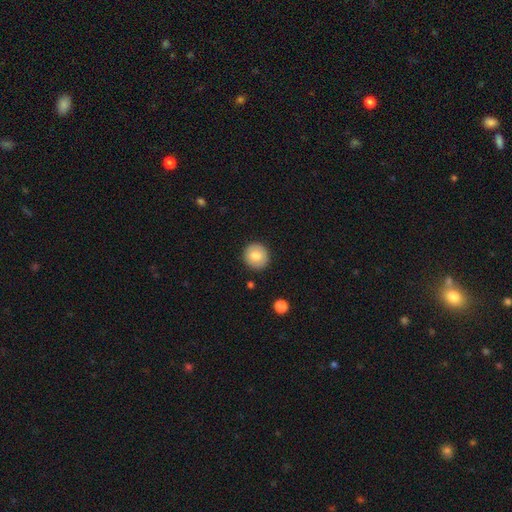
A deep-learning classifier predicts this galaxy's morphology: A smooth galaxy with no disk features (77%) that is round (92%). Merging: none (90%).